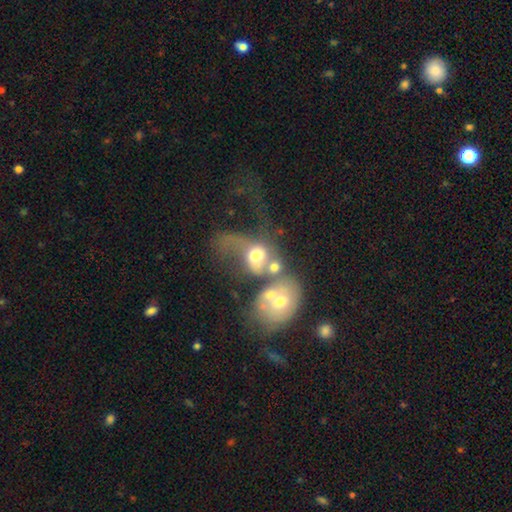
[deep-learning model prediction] Overall: smooth (44%; featured or disk 41%). Merging: merger (56%; major disturbance 26%).